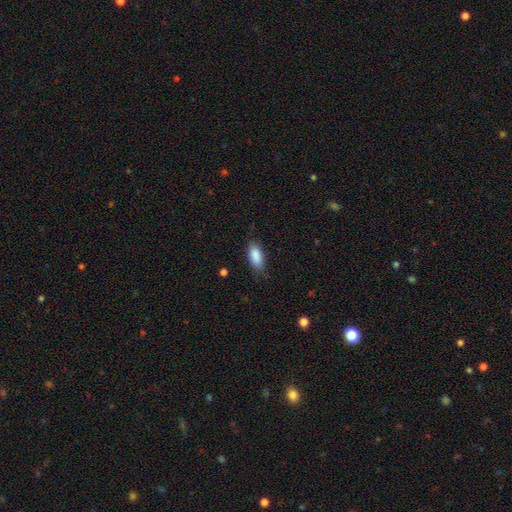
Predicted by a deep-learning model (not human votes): The model was most divided on "merging": none: 81%, minor disturbance: 15%, major disturbance: 3%, merger: 1%. More confident: smooth or featured — smooth (89%); how rounded — in between (86%).